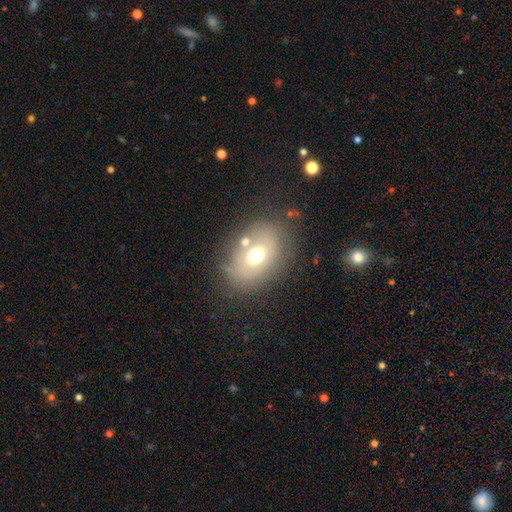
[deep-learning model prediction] Q: Smooth or featured?
A: smooth (57%); runner-up: featured or disk (30%)
Q: How rounded?
A: in between (72%); runner-up: round (27%)
Q: Merging?
A: none (68%); runner-up: minor disturbance (16%)